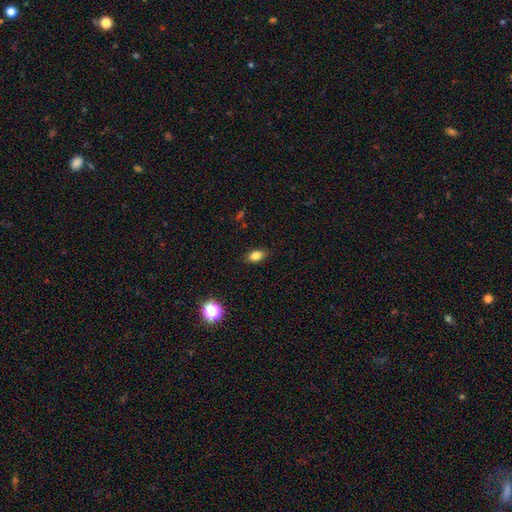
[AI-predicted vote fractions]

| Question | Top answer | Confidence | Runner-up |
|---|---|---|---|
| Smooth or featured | smooth | 82% | star or artifact (11%) |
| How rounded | in between | 83% | round (15%) |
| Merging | none | 86% | minor disturbance (11%) |